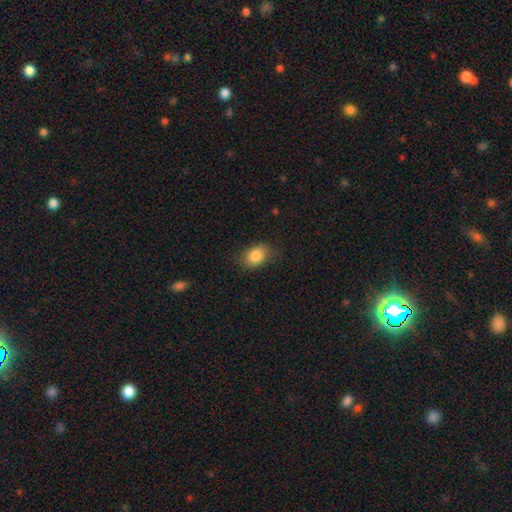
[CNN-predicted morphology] This appears to be a smooth galaxy with no disk features (84%) that is in between round and cigar-shaped (75%). Merging: none (77%).